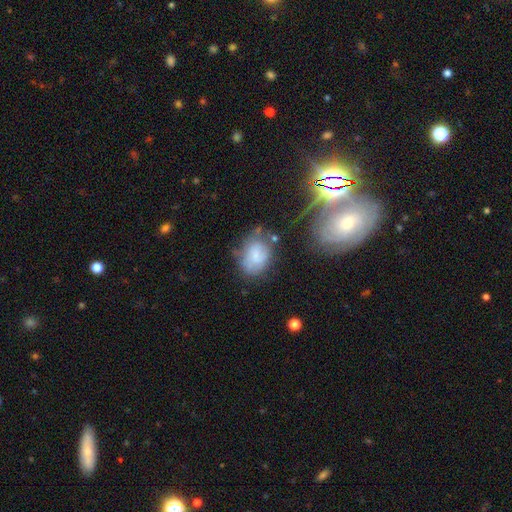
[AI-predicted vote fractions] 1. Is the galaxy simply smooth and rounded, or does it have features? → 64% smooth, 26% featured or disk, 11% star or artifact.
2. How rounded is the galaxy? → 66% in between, 33% round, 1% cigar-shaped.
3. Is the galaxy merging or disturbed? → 49% none, 28% minor disturbance, 14% major disturbance, 9% merger.